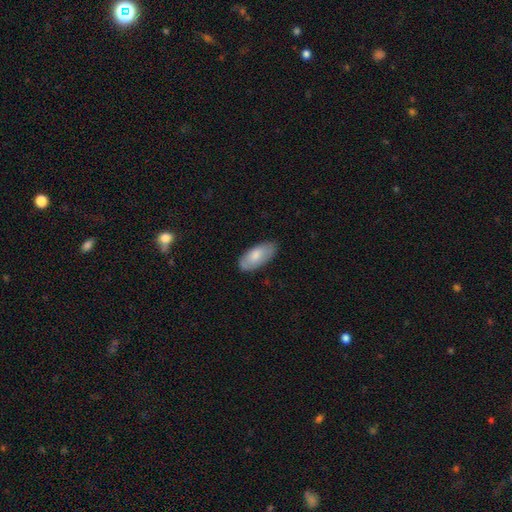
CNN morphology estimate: The model was most divided on "smooth or featured": smooth: 79%, featured or disk: 16%, star or artifact: 5%. More confident: how rounded — in between (90%); merging — none (81%).